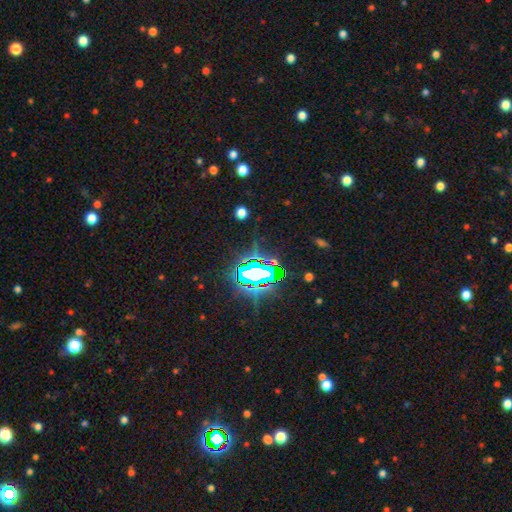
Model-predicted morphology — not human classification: The model was most divided on "smooth or featured": star or artifact: 84%, smooth: 9%, featured or disk: 7%.